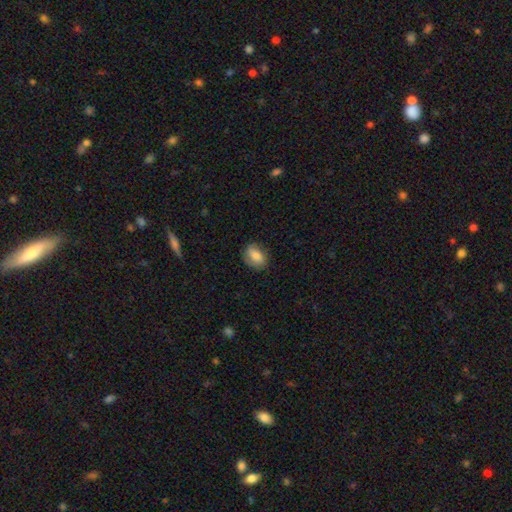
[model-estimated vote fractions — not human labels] Smooth or featured? Predicted: smooth (p=0.75). How rounded? Predicted: in between (p=0.72). Merging? Predicted: none (p=0.77).